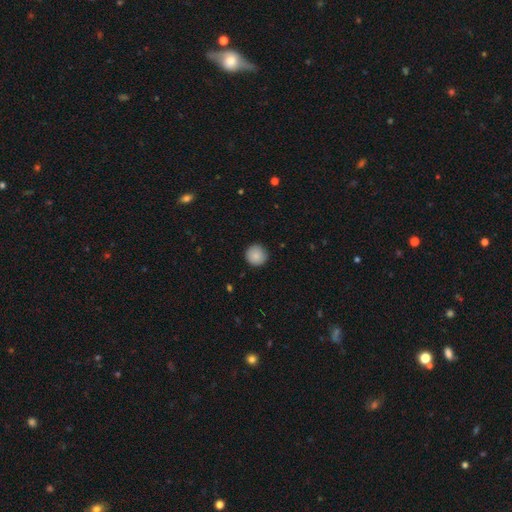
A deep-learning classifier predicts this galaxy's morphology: Smooth or featured? Predicted: smooth (p=0.87). How rounded? Predicted: round (p=0.96). Merging? Predicted: none (p=0.91).